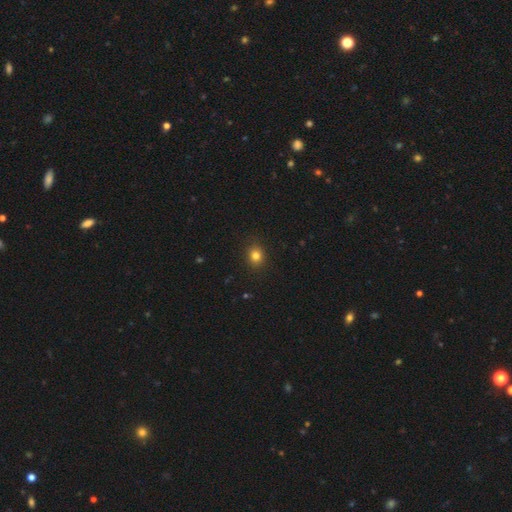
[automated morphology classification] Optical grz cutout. It shows a smooth galaxy with no disk features (81%) that is round (70%). Merging: none (90%).